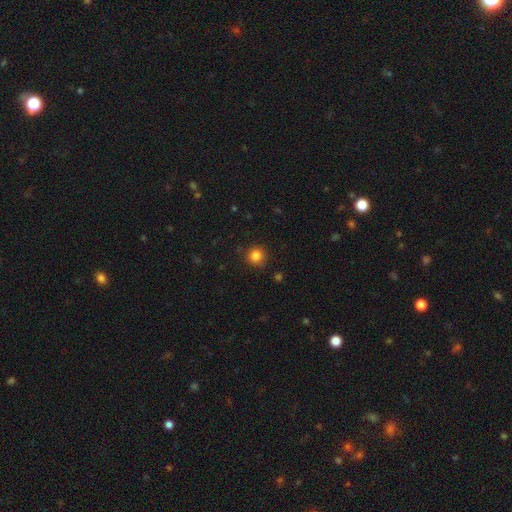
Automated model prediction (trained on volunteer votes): This is clearly a smooth galaxy (84%). How rounded: clearly round (94%). Merging: clearly none (89%).